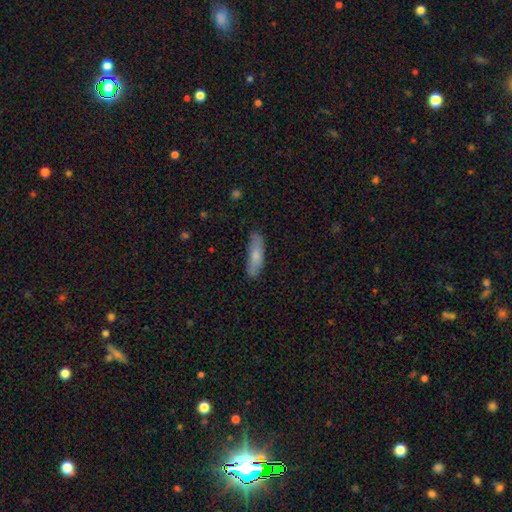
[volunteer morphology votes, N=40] Volunteers were most divided on "merging": none: 57%, minor disturbance: 35%, major disturbance: 5%, merger: 2%. More confident: smooth or featured — smooth (85%); how rounded — cigar-shaped (71%).